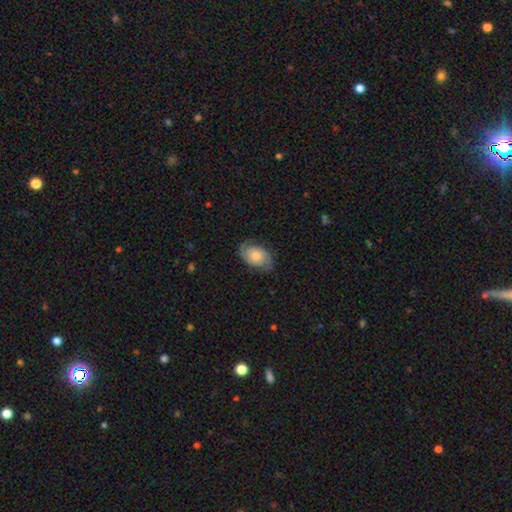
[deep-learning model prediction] Smooth or featured? Predicted: featured or disk (p=0.48). Merging? Predicted: none (p=0.75).